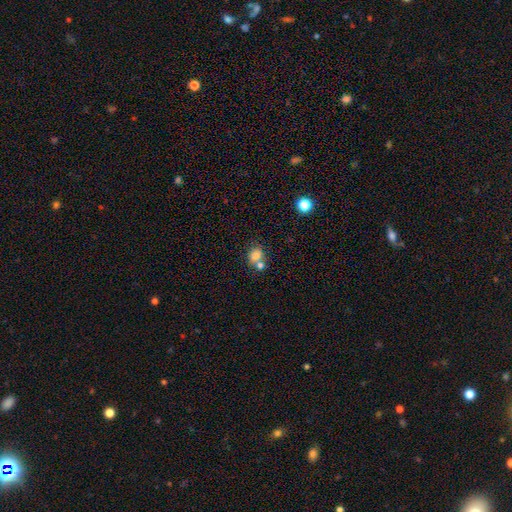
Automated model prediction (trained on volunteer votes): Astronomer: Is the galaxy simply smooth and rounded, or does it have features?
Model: smooth — 77%.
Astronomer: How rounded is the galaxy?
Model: round — 59% (runner-up: in between, 40%).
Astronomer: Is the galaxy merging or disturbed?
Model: none — 48% (runner-up: merger, 37%).